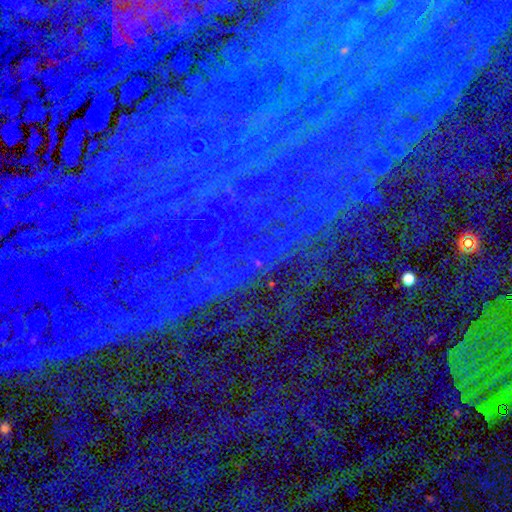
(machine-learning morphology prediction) Smooth or featured? star or artifact (87%)